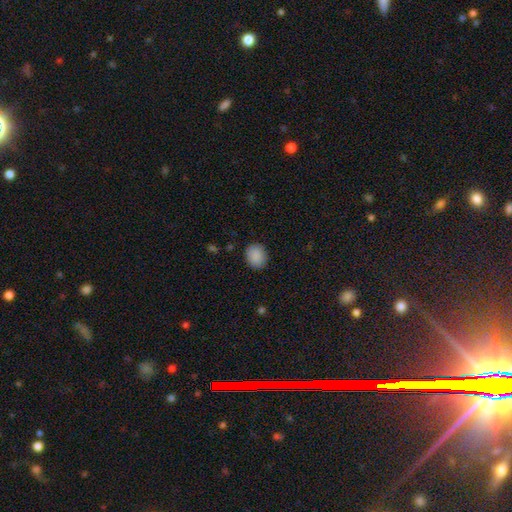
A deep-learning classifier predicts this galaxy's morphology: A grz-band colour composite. It shows a smooth galaxy with no disk features (89%) that is round (60%). Merging: none (86%).